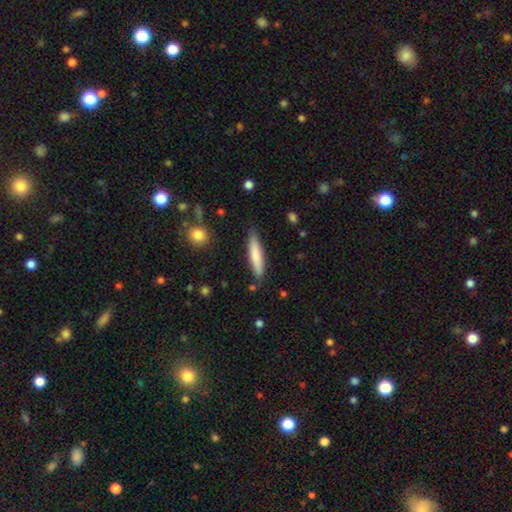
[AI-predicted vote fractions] Q: Smooth or featured?
A: smooth (76%); runner-up: featured or disk (18%)
Q: How rounded?
A: cigar-shaped (87%); runner-up: in between (12%)
Q: Merging?
A: none (83%); runner-up: minor disturbance (12%)